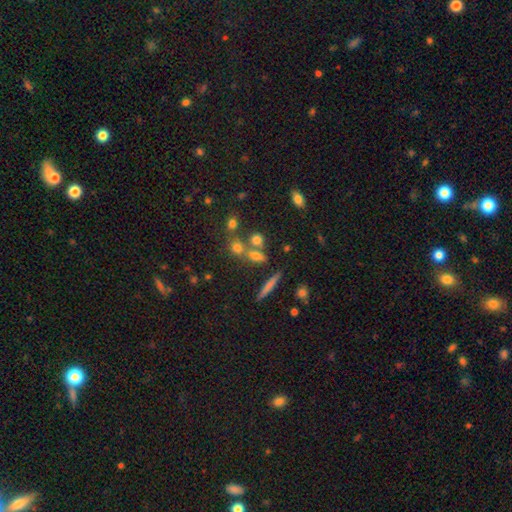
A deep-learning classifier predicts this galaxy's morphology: smooth-or-featured: smooth: 65% | featured or disk: 18% | star or artifact: 17%
  how-rounded: round: 43% | in between: 36% | cigar-shaped: 21%
  merging: none: 54% | merger: 30% | minor disturbance: 10% | major disturbance: 5%